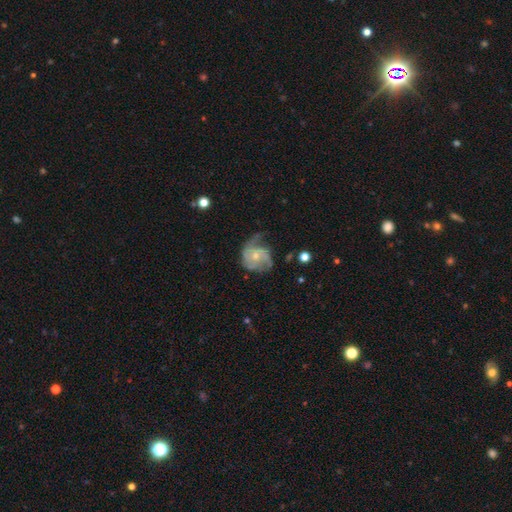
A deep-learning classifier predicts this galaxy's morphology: Overall: featured or disk (72%). Edge-on disk: no (98%). Bar: no (77%). Spiral arms: yes (88%). Spiral arm count: 2 (37%; can't tell 21%). Spiral winding: medium (42%; tight 33%). Bulge size: small (55%; moderate 39%). Merging: none (43%; minor disturbance 28%).